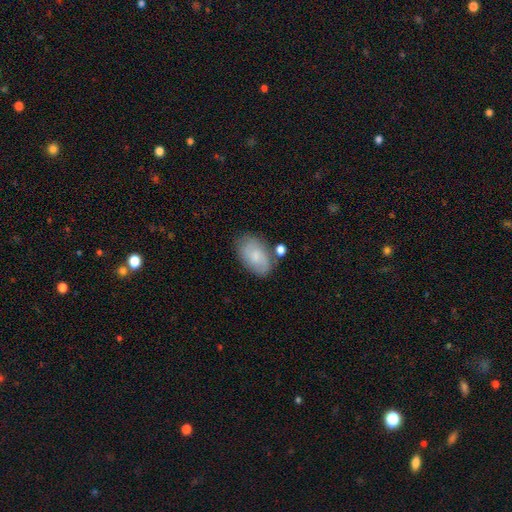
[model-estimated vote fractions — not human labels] A smooth galaxy with no disk features (68%) that is in between round and cigar-shaped (91%).

Vote fractions:
- Smooth or featured? smooth: 68% / featured or disk: 25% / star or artifact: 7%
- How rounded? in between: 91% / round: 7% / cigar-shaped: 1%
- Merging? none: 67% / minor disturbance: 20% / merger: 8% / major disturbance: 5%